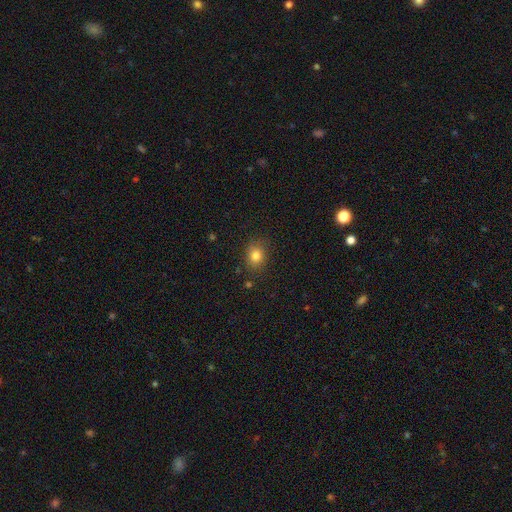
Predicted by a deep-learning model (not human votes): The model was most divided on "how rounded": round: 58%, in between: 41%, cigar-shaped: 1%. More confident: merging — none (83%); smooth or featured — smooth (81%).